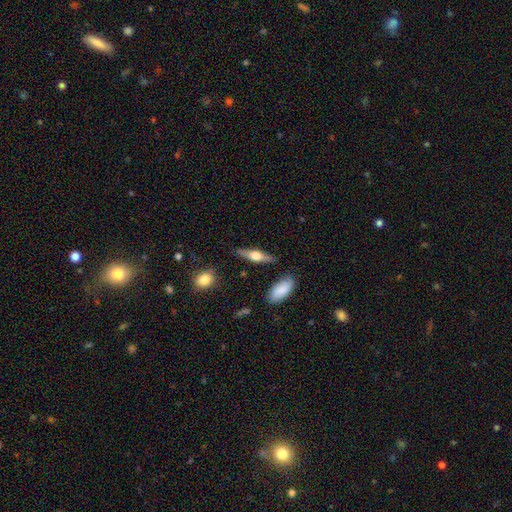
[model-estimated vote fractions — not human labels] Smooth or featured?
  - featured or disk: 60% *
  - smooth: 34%
  - star or artifact: 6%
Edge-on disk?
  - yes: 95% *
  - no: 5%
Edge-on bulge?
  - rounded: 93% *
  - boxy: 6%
  - none: 2%
Merging?
  - none: 83% *
  - minor disturbance: 11%
  - merger: 3%
  - major disturbance: 3%